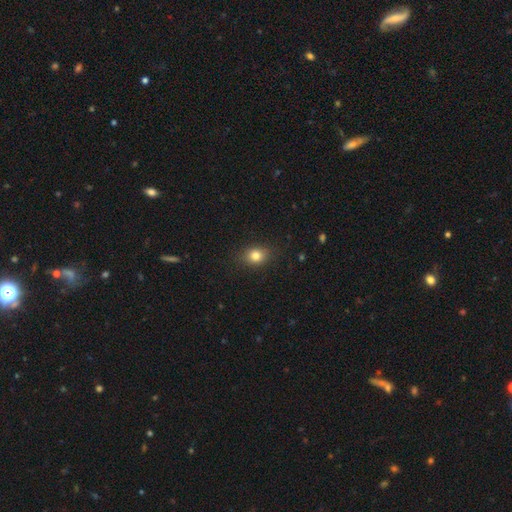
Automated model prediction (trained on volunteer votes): A smooth galaxy with no disk features (81%) that is in between round and cigar-shaped (55%). Merging: none (86%).